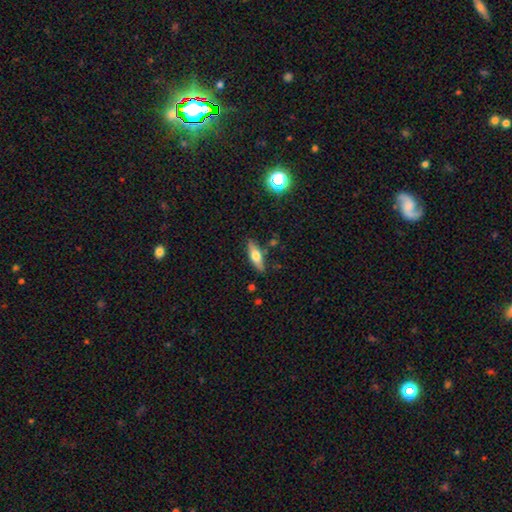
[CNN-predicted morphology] smooth 53%, featured or disk 40%, star or artifact 8%. Down the decision tree: how rounded — cigar-shaped (49%); merging — none (83%).